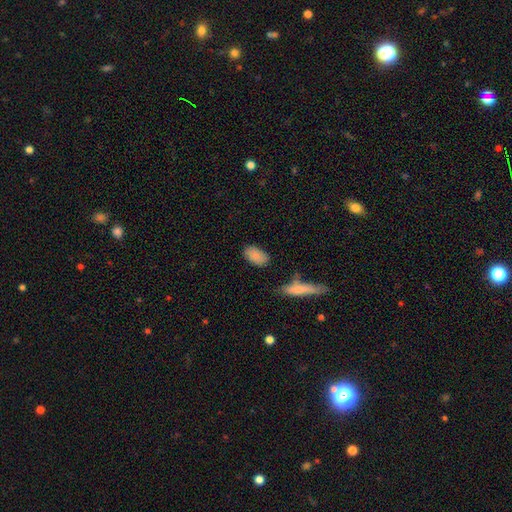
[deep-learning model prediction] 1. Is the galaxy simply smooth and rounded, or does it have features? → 86% smooth, 7% star or artifact, 7% featured or disk.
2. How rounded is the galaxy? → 93% in between, 5% round, 3% cigar-shaped.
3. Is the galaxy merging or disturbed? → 77% none, 15% minor disturbance, 4% major disturbance, 4% merger.